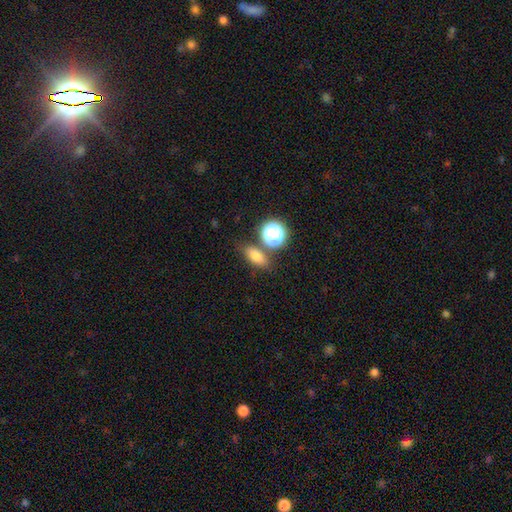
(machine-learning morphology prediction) A smooth galaxy with no disk features (72%) that is in between round and cigar-shaped (68%).

Vote fractions:
- Smooth or featured? smooth: 72% / star or artifact: 16% / featured or disk: 12%
- How rounded? in between: 68% / round: 23% / cigar-shaped: 9%
- Merging? none: 72% / minor disturbance: 13% / merger: 11% / major disturbance: 4%